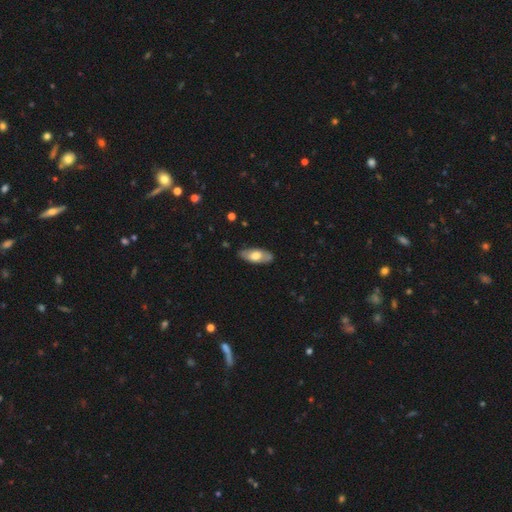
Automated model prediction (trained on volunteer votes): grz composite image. It shows a smooth galaxy with no disk features (59%) that is in between round and cigar-shaped (83%). Merging: none (82%).